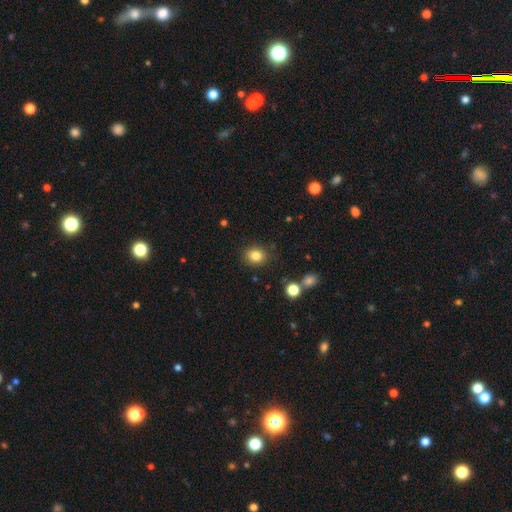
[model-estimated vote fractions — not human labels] smooth_or_featured: smooth (p=0.83) [alt: star or artifact p=0.11]
how_rounded: round (p=0.69) [alt: in between p=0.30]
merging: none (p=0.86) [alt: minor disturbance p=0.09]